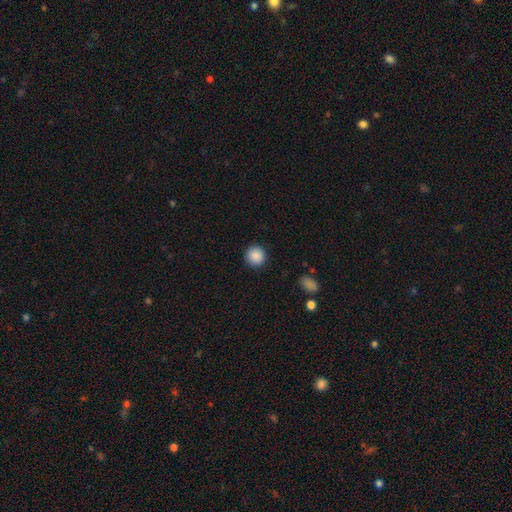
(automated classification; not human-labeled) Q: Smooth or featured?
A: smooth (89%); runner-up: star or artifact (8%)
Q: How rounded?
A: round (94%); runner-up: in between (5%)
Q: Merging?
A: none (91%); runner-up: minor disturbance (6%)